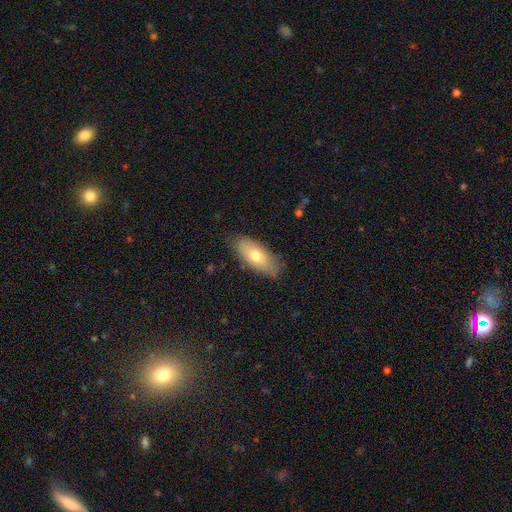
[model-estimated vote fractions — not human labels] A smooth galaxy with no disk features (69%) that is in between round and cigar-shaped (85%). Merging: none (81%).